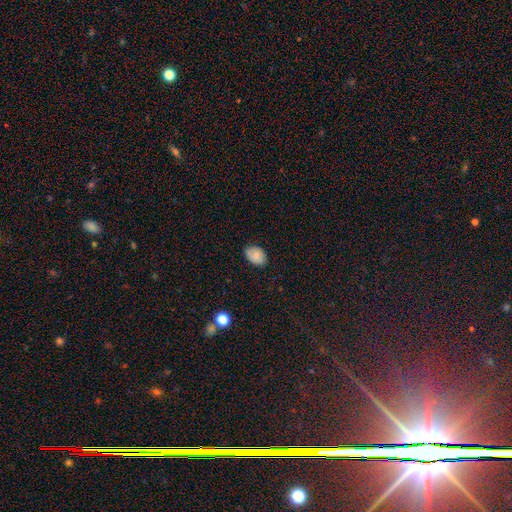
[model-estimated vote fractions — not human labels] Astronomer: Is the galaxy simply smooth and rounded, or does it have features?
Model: smooth — 81%.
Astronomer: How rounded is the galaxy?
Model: in between — 77%.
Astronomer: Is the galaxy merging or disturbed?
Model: none — 77%.